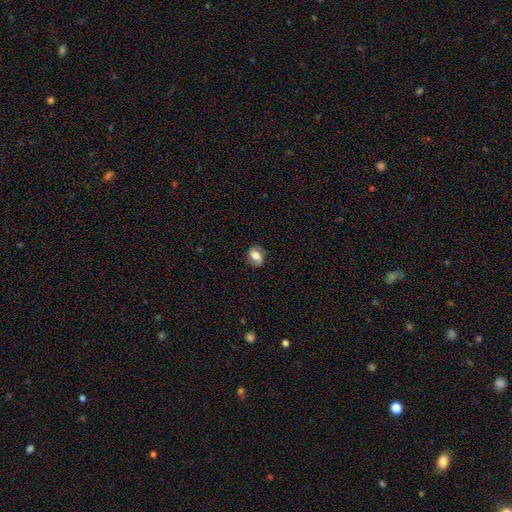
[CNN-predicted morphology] Smooth or featured? Predicted: smooth (p=0.62). How rounded? Predicted: in between (p=0.67). Merging? Predicted: none (p=0.80).